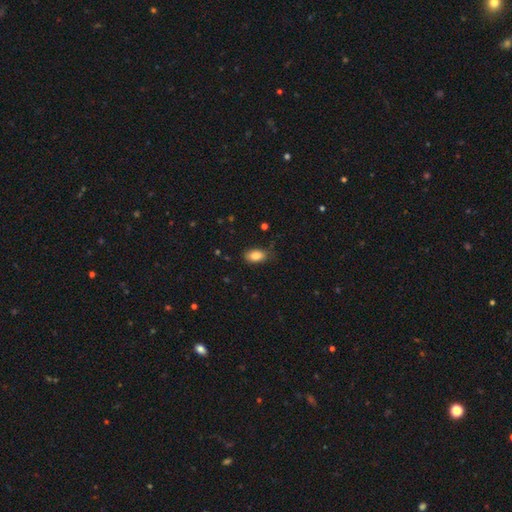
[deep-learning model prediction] Morphology: type=smooth (84%); roundness=in between (91%); merging=none (77%).